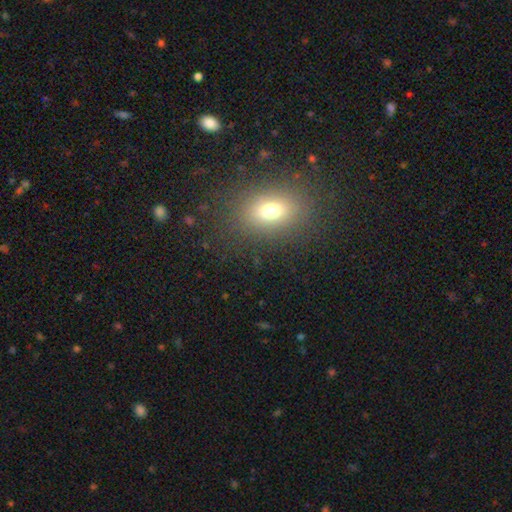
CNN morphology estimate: Overall: smooth (69%). How rounded: in between (71%). Merging: none (87%).